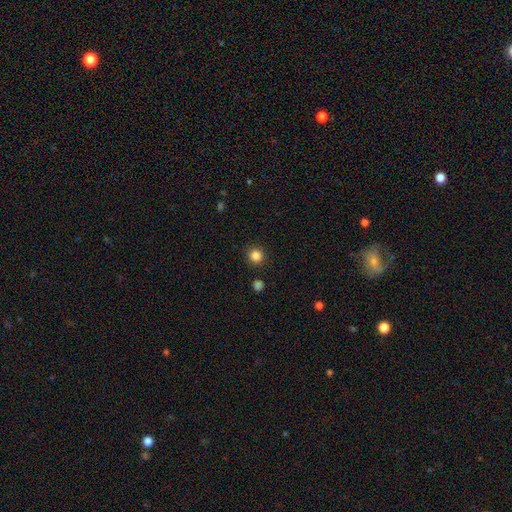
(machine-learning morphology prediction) The model was most divided on "smooth or featured": smooth: 85%, star or artifact: 12%, featured or disk: 4%. More confident: how rounded — round (93%); merging — none (91%).